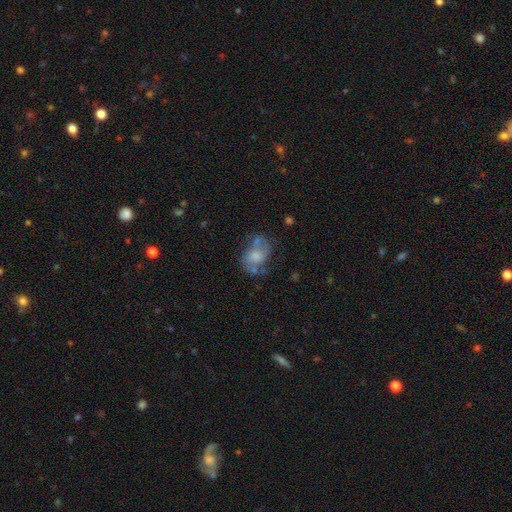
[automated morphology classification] The model was most divided on "smooth or featured": featured or disk: 47%, smooth: 43%, star or artifact: 10%. Remaining: merging — none (46%).